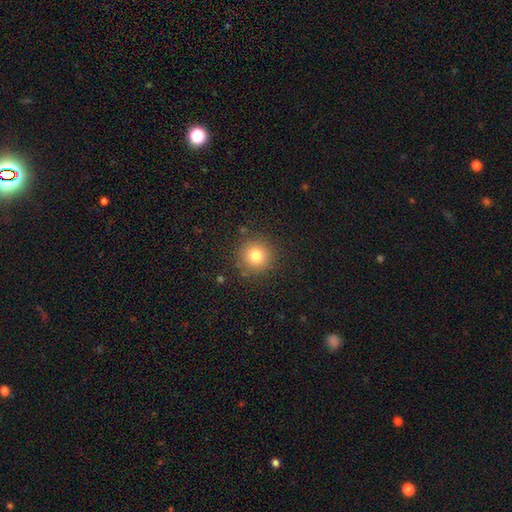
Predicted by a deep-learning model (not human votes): Smooth or featured? smooth (79%)
How rounded? round (94%)
Merging? none (88%)